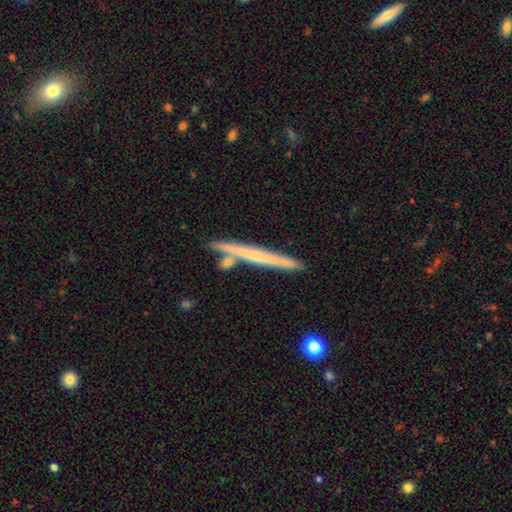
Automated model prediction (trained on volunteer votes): featured or disk 55%, smooth 39%, star or artifact 6%. Down the decision tree: edge-on disk — yes (97%); edge-on bulge — none (77%); merging — none (81%).